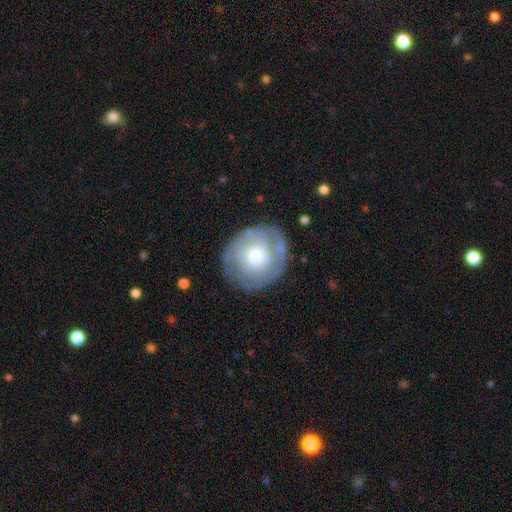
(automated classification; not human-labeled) Morphology: type=featured or disk (59%); edge-on=no (97%); bar=no (82%); spiral arms=yes (65%); bulge=moderate (61%); merging=none (77%).